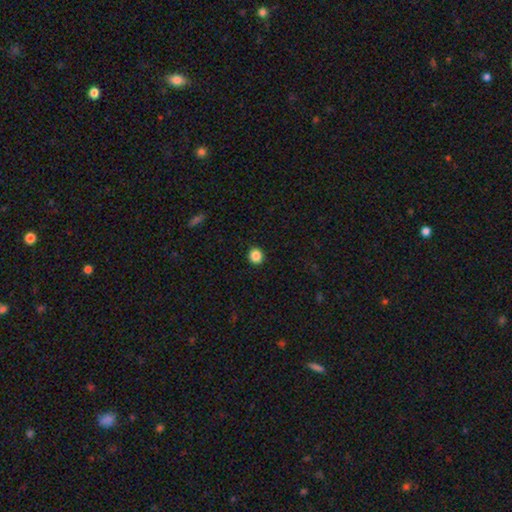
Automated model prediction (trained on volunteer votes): Q: Smooth or featured?
A: smooth (87%); runner-up: star or artifact (10%)
Q: How rounded?
A: round (89%); runner-up: in between (10%)
Q: Merging?
A: none (93%); runner-up: minor disturbance (5%)